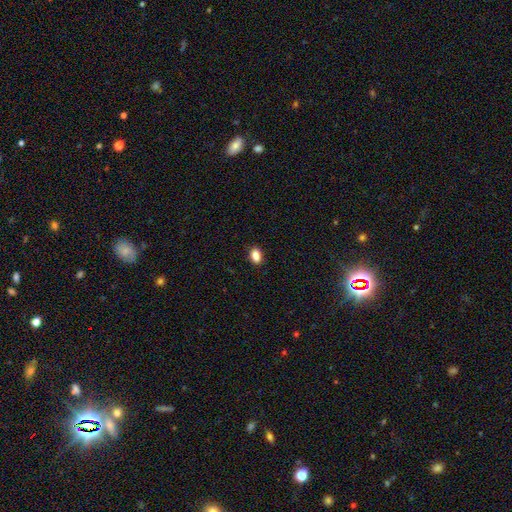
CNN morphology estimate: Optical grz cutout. It shows a smooth galaxy with no disk features (87%) that is in between round and cigar-shaped (85%). Merging: none (88%).